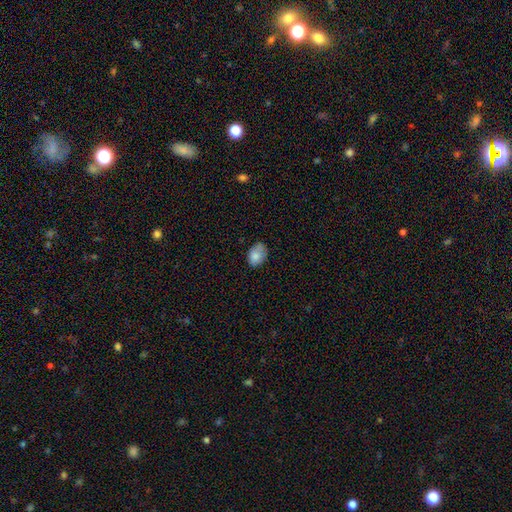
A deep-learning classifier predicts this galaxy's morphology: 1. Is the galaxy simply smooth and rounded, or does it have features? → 83% smooth, 9% featured or disk, 8% star or artifact.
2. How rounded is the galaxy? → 80% in between, 18% round, 1% cigar-shaped.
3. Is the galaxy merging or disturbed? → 64% none, 28% minor disturbance, 6% major disturbance, 2% merger.